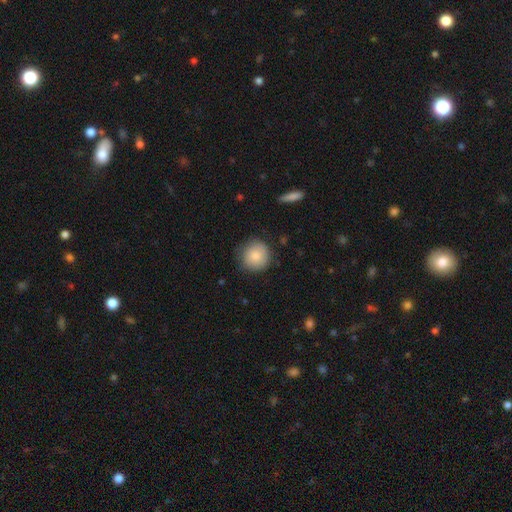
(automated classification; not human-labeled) This appears to be a smooth galaxy with no disk features (85%) that is round (93%). Merging: none (83%).